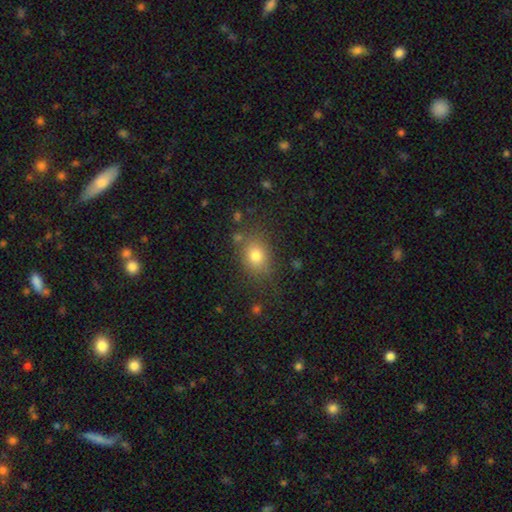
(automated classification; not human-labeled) Smooth or featured? Predicted: smooth (p=0.77). How rounded? Predicted: in between (p=0.52). Merging? Predicted: none (p=0.76).